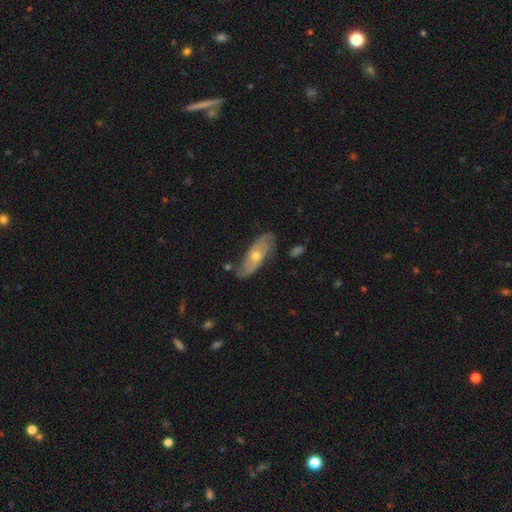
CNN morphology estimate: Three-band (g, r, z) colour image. It shows a featured or disk galaxy (66%) with no bar (76%), spiral arms (79%) and a moderate central bulge (64%). Merging: none (68%).